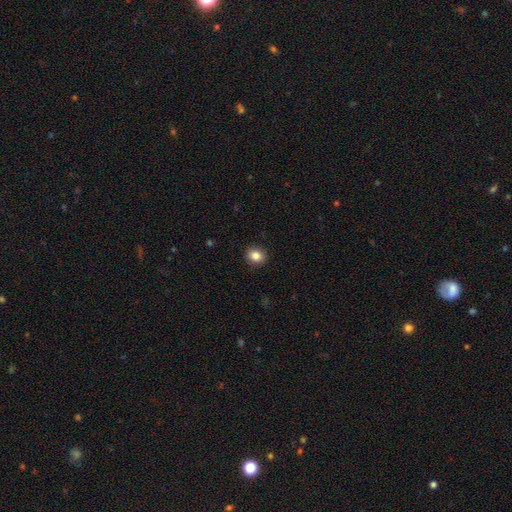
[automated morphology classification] smooth 84%, star or artifact 10%, featured or disk 6%. Down the decision tree: how rounded — round (68%); merging — none (91%).